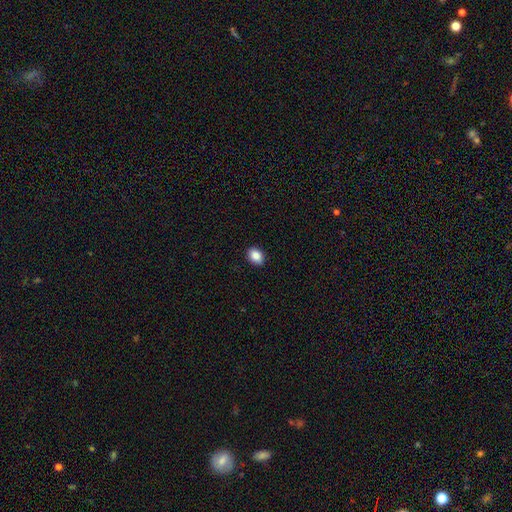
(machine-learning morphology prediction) smooth-or-featured: smooth: 87% | star or artifact: 8% | featured or disk: 4%
  how-rounded: in between: 67% | round: 32% | cigar-shaped: 1%
  merging: none: 91% | minor disturbance: 7% | major disturbance: 2% | merger: 1%